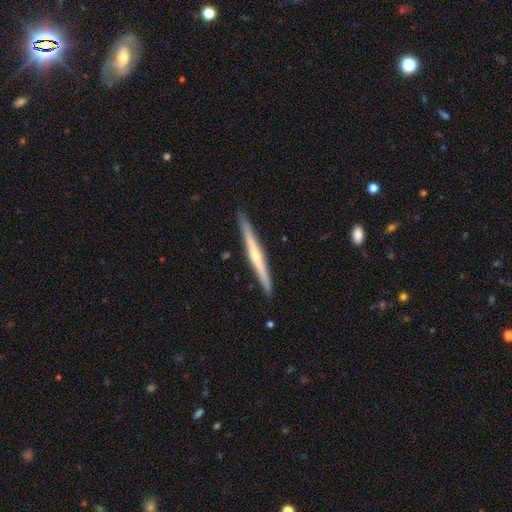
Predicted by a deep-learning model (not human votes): This appears to be a featured or disk galaxy (63%) viewed edge-on (98%) with a rounded central bulge (56%). Merging: none (92%).